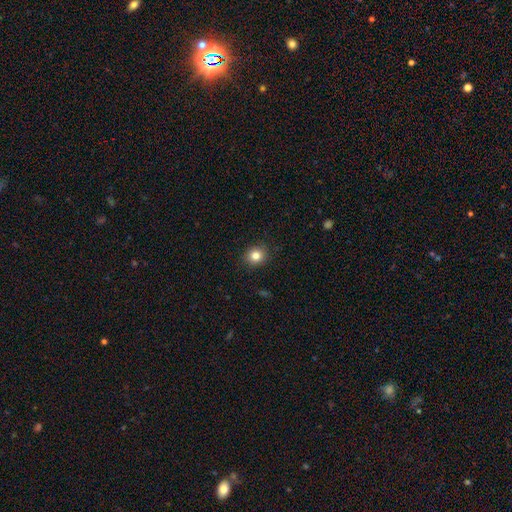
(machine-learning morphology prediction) type=smooth (82%); roundness=round (80%); merging=none (90%).